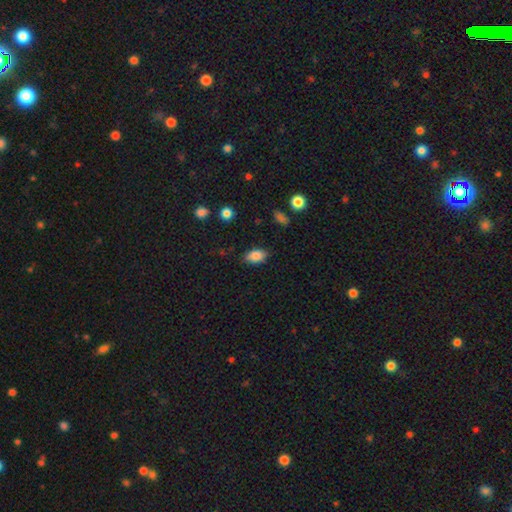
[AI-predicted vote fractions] Q: Smooth or featured?
A: smooth (86%); runner-up: star or artifact (8%)
Q: How rounded?
A: in between (90%); runner-up: round (8%)
Q: Merging?
A: none (82%); runner-up: minor disturbance (14%)